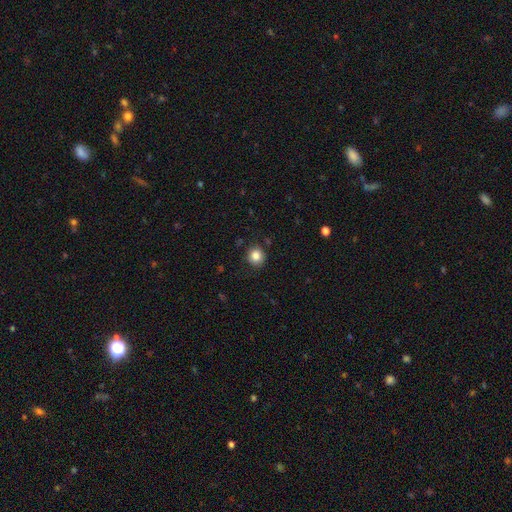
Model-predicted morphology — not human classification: The model was most divided on "smooth or featured": smooth: 84%, star or artifact: 11%, featured or disk: 5%. More confident: how rounded — round (90%); merging — none (85%).